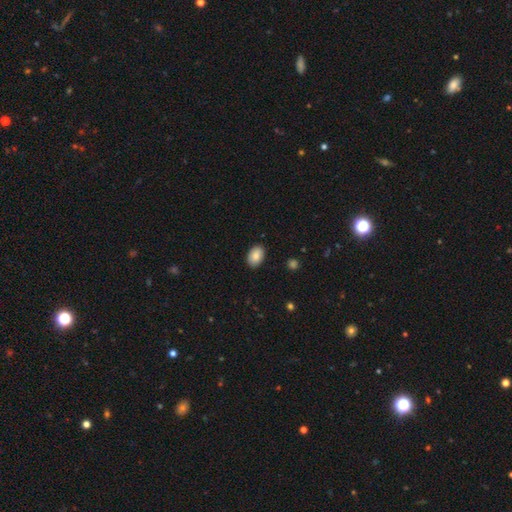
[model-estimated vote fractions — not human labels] This is clearly a smooth galaxy (87%). How rounded: clearly in between (86%). Merging: clearly none (89%).